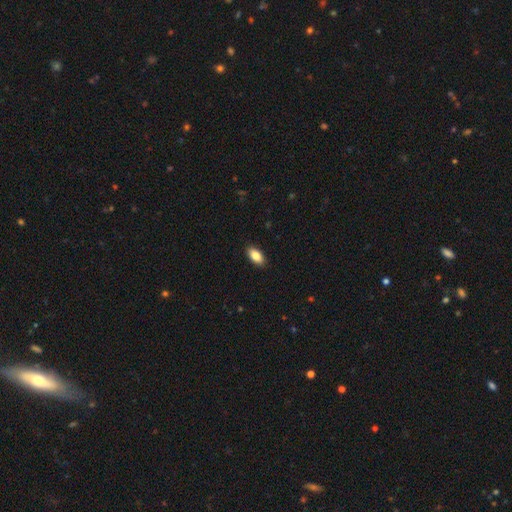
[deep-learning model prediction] Overall: smooth (86%). How rounded: in between (93%). Merging: none (90%).